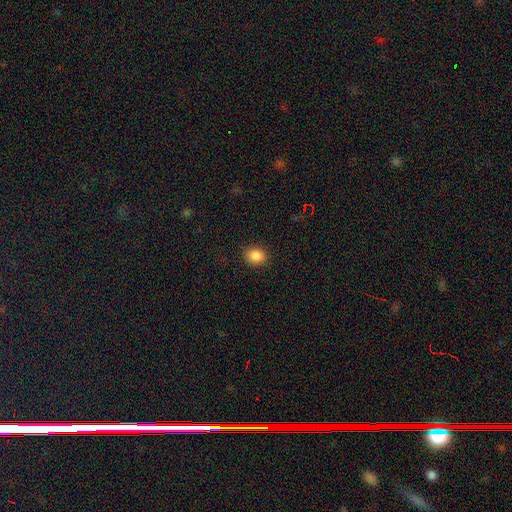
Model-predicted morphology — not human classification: A smooth galaxy with no disk features (87%) that is round (58%). Merging: none (87%).